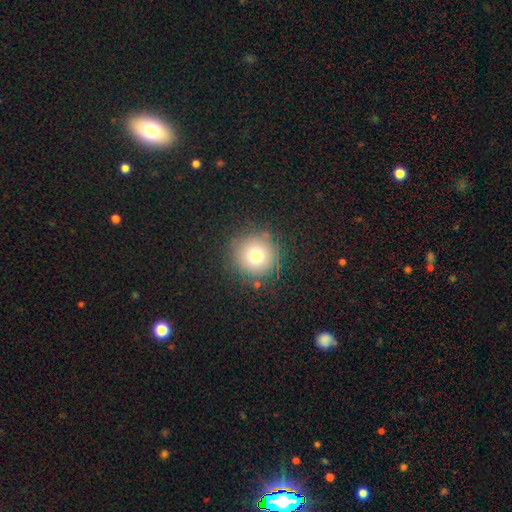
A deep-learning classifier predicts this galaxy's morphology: Smooth or featured: smooth — 73% (star or artifact — 16%)
How rounded: round — 94% (in between — 5%)
Merging: none — 85% (minor disturbance — 9%)